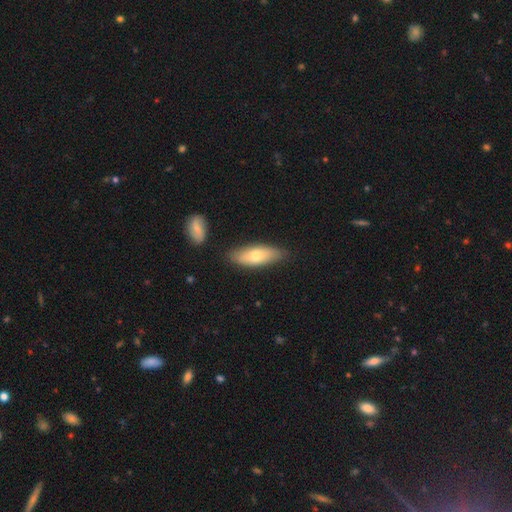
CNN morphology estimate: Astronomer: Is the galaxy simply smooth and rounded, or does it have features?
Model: smooth — 66%.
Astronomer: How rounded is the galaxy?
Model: in between — 73%.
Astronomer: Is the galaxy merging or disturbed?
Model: none — 79%.